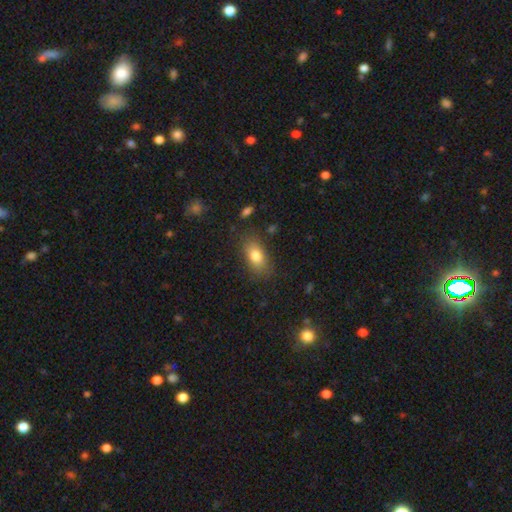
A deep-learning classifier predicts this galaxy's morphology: type=smooth (80%); roundness=in between (87%); merging=none (81%).